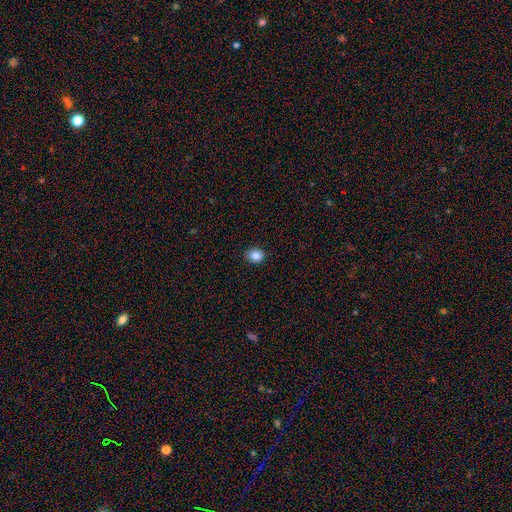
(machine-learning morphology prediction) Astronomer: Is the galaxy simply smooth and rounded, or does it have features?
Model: smooth — 85%.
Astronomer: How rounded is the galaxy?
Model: round — 65%.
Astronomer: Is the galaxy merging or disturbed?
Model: none — 89%.